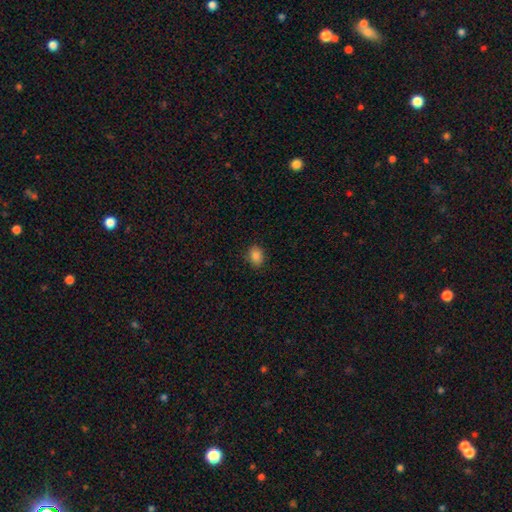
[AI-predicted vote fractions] The model was most divided on "how rounded": in between: 65%, round: 34%, cigar-shaped: 1%. More confident: merging — none (87%); smooth or featured — smooth (86%).